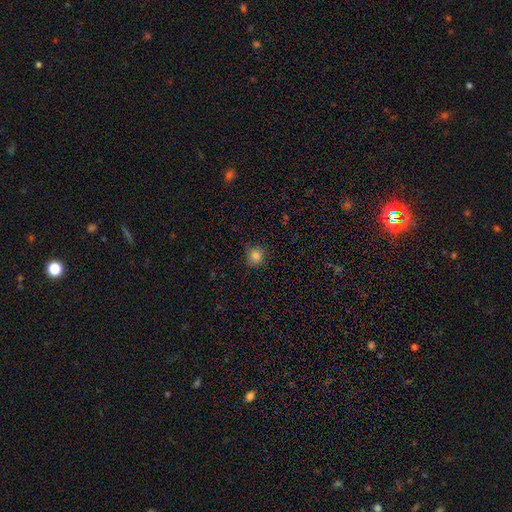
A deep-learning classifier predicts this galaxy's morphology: Q: Smooth or featured?
A: smooth (81%); runner-up: star or artifact (14%)
Q: How rounded?
A: round (87%); runner-up: in between (12%)
Q: Merging?
A: none (83%); runner-up: minor disturbance (13%)